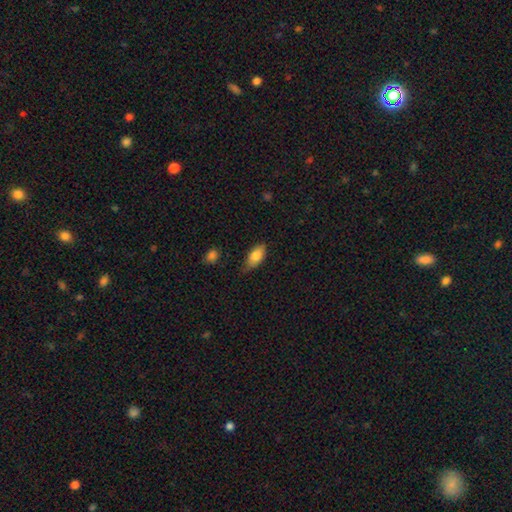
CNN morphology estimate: Smooth or featured: smooth — 82% (featured or disk — 11%)
How rounded: in between — 90% (cigar-shaped — 7%)
Merging: none — 66% (minor disturbance — 27%)